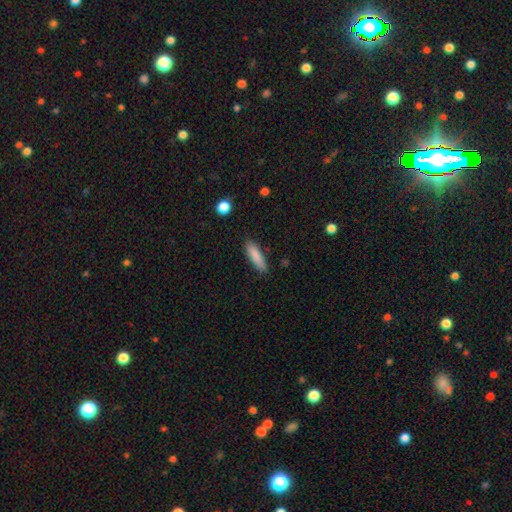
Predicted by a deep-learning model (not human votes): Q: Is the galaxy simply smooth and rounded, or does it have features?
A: smooth — 85%.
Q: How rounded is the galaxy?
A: cigar-shaped — 68%.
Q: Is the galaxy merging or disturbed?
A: none — 86%.